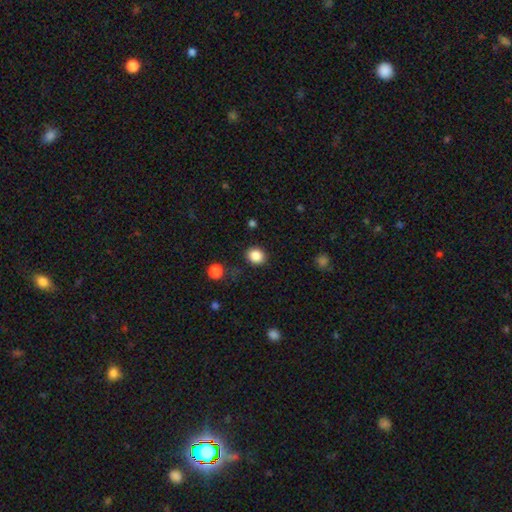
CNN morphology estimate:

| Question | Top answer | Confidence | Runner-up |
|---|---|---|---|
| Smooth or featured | smooth | 86% | star or artifact (10%) |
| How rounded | round | 71% | in between (28%) |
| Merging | none | 86% | minor disturbance (9%) |